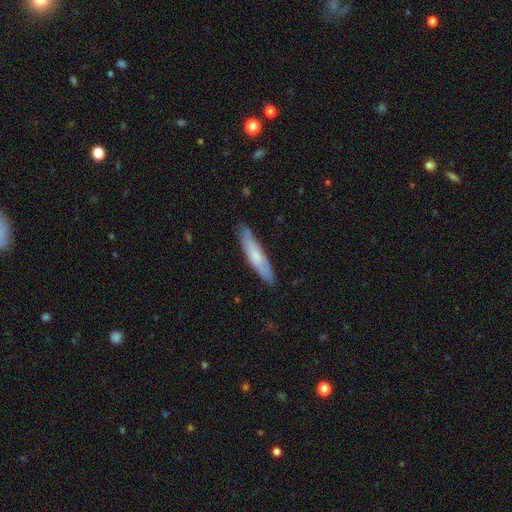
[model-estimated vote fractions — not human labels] Q: Smooth or featured?
A: smooth (63%); runner-up: featured or disk (32%)
Q: How rounded?
A: cigar-shaped (86%); runner-up: in between (13%)
Q: Merging?
A: none (85%); runner-up: minor disturbance (12%)